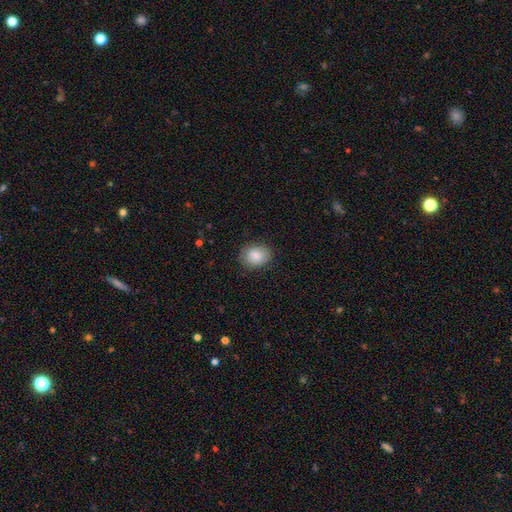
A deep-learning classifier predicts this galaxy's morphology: smooth_or_featured: smooth (p=0.85) [alt: featured or disk p=0.07]
how_rounded: in between (p=0.55) [alt: round p=0.44]
merging: none (p=0.81) [alt: minor disturbance p=0.14]